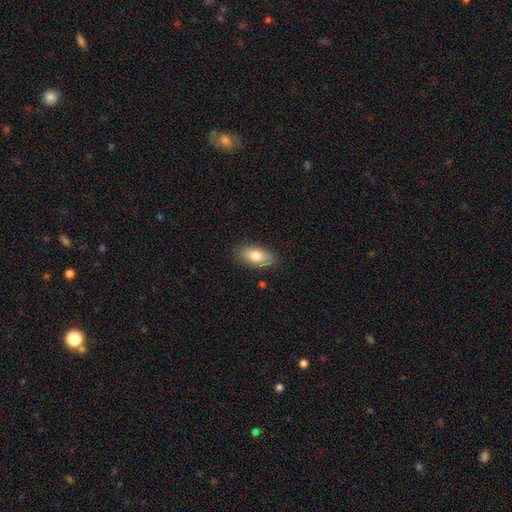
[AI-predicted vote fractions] smooth-or-featured: smooth: 78% | featured or disk: 16% | star or artifact: 7%
  how-rounded: in between: 91% | round: 5% | cigar-shaped: 4%
  merging: none: 84% | minor disturbance: 12% | major disturbance: 3% | merger: 1%